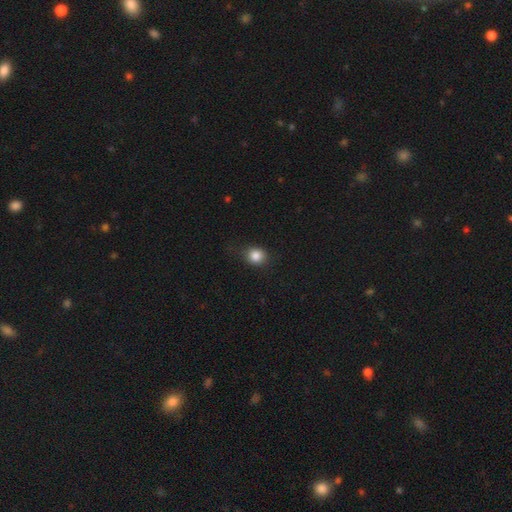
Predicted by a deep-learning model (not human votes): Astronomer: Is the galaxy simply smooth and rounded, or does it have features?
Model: smooth — 84%.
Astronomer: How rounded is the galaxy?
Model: round — 73%.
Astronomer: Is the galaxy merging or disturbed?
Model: none — 78%.